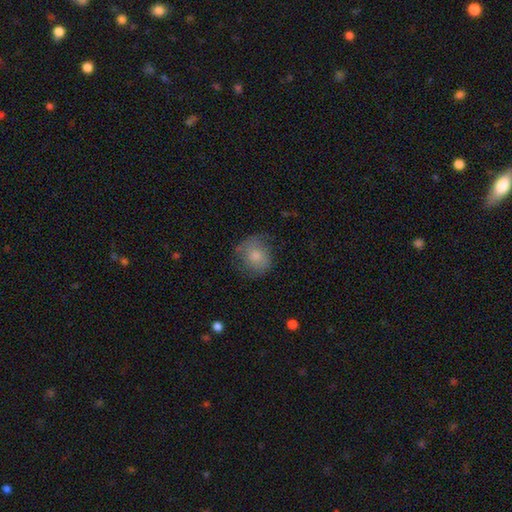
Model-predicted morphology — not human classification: A smooth galaxy with no disk features (72%) that is round (77%). Merging: none (64%).